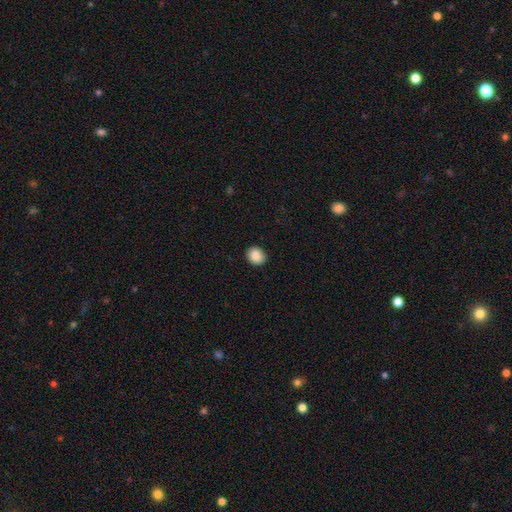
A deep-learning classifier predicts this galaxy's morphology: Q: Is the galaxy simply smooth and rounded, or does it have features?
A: smooth — 88%.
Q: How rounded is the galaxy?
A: round — 63%.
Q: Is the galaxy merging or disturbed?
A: none — 88%.